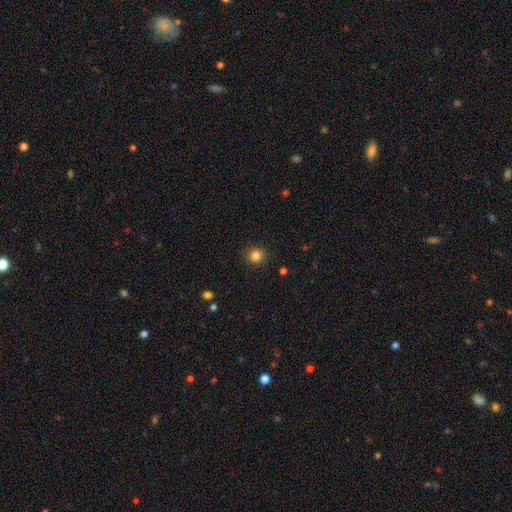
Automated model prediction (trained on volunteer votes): Q: Smooth or featured?
A: smooth (83%); runner-up: star or artifact (12%)
Q: How rounded?
A: round (89%); runner-up: in between (10%)
Q: Merging?
A: none (91%); runner-up: minor disturbance (6%)